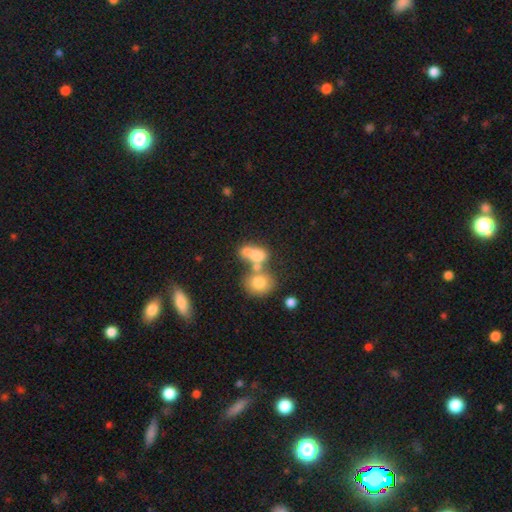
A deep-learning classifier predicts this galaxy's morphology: Smooth or featured? smooth (70%)
How rounded? in between (57%)
Merging? merger (53%)